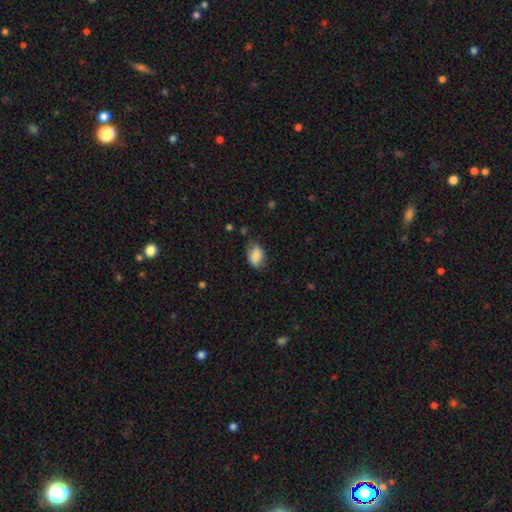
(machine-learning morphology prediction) Overall: smooth (82%). How rounded: in between (83%). Merging: none (61%; minor disturbance 29%).